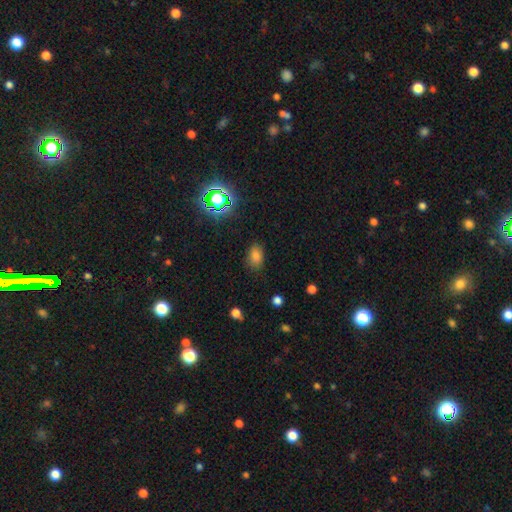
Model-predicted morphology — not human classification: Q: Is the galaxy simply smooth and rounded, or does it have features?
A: smooth — 76%.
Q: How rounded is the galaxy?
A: in between — 85%.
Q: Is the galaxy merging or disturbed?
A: none — 81%.